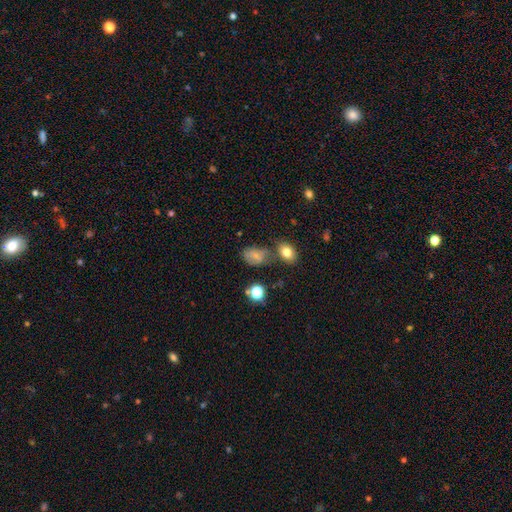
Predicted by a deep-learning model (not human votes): Morphology: type=smooth (65%); roundness=in between (74%); merging=none (50%).